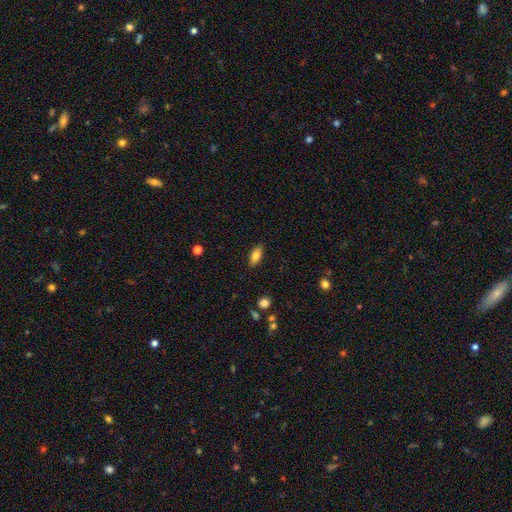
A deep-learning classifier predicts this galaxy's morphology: Smooth or featured? Predicted: smooth (p=0.77). How rounded? Predicted: in between (p=0.81). Merging? Predicted: none (p=0.85).